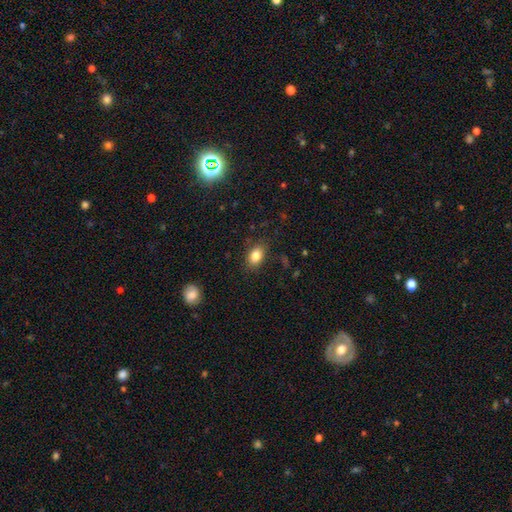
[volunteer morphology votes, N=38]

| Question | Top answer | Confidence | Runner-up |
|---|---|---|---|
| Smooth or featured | smooth | 87% | featured or disk (11%) |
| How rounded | in between | 70% | round (30%) |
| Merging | none | 76% | minor disturbance (22%) |